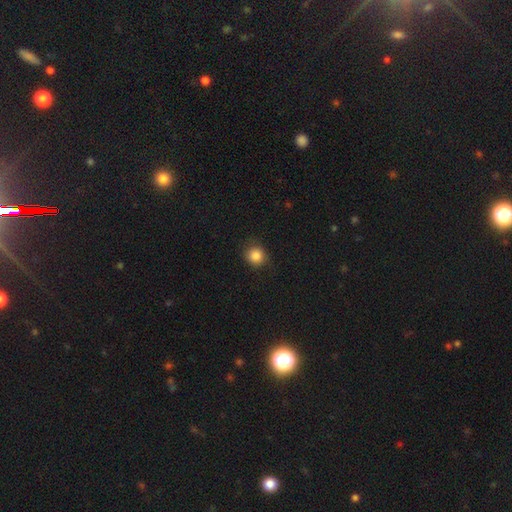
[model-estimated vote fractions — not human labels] smooth 86%, star or artifact 10%, featured or disk 4%. Down the decision tree: how rounded — round (89%); merging — none (85%).